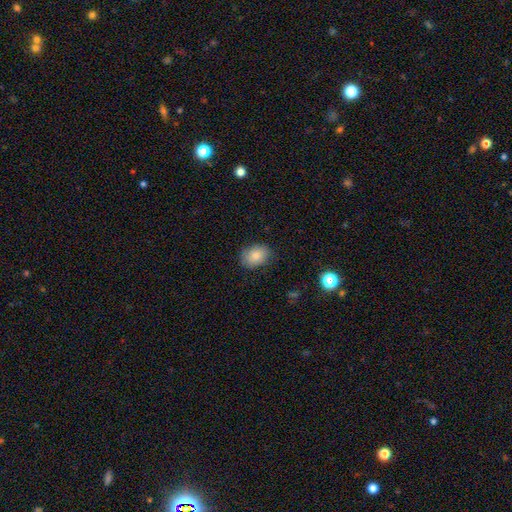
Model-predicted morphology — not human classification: smooth-or-featured: smooth: 83% | star or artifact: 8% | featured or disk: 8%
  how-rounded: in between: 65% | round: 34% | cigar-shaped: 1%
  merging: none: 81% | minor disturbance: 15% | major disturbance: 3% | merger: 1%